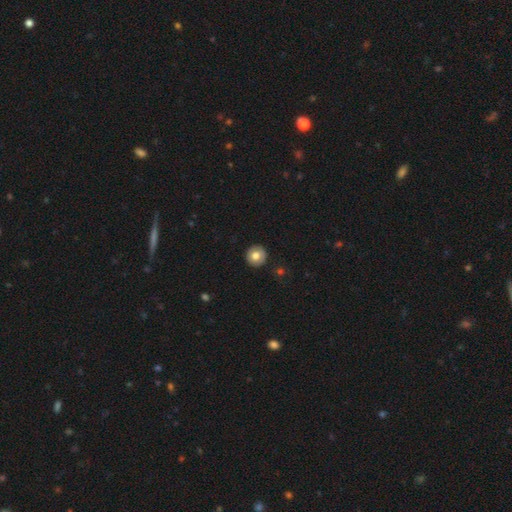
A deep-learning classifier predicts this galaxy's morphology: This is likely a smooth galaxy (78%). How rounded: clearly round (95%). Merging: clearly none (92%).